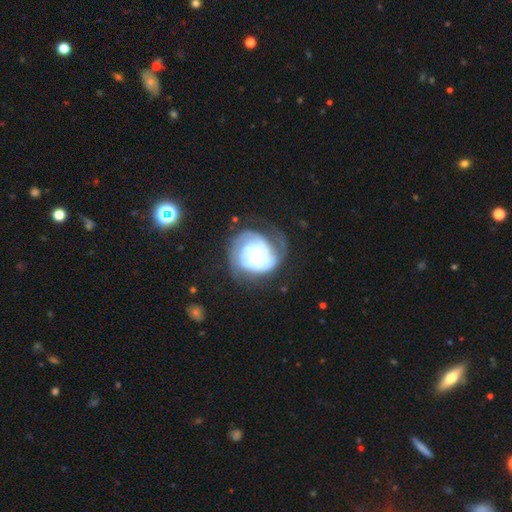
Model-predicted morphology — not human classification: This appears to be a featured or disk galaxy (80%) with no bar (71%), tight (65%) spiral arms (91%) and a small central bulge (54%). Merging: none (52%).